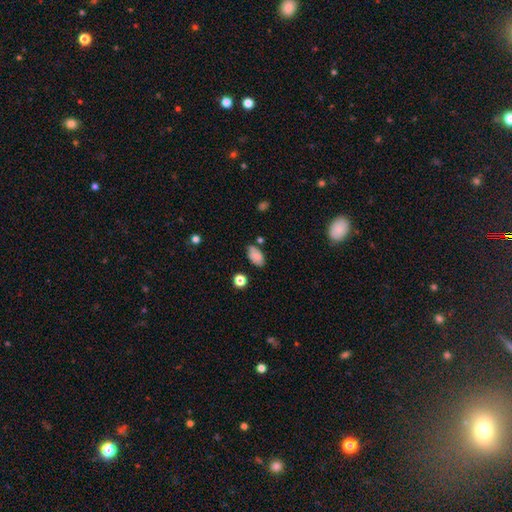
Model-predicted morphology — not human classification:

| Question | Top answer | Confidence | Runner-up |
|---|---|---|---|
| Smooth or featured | smooth | 81% | featured or disk (10%) |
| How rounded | in between | 91% | round (6%) |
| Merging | none | 71% | minor disturbance (19%) |